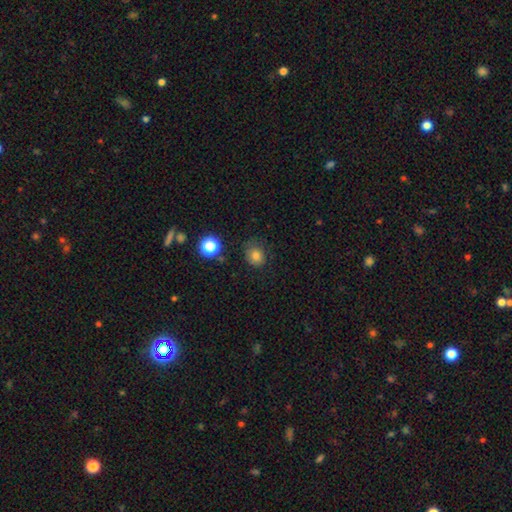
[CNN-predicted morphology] The model was most divided on "how rounded": round: 71%, in between: 28%, cigar-shaped: 1%. More confident: smooth or featured — smooth (78%); merging — none (75%).